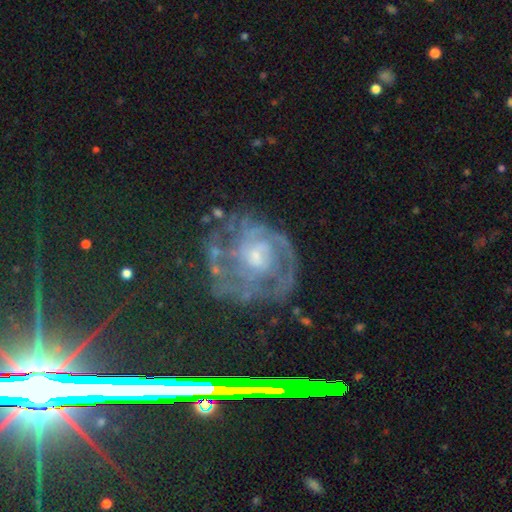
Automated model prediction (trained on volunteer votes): Smooth or featured?
  - featured or disk: 75% *
  - star or artifact: 13%
  - smooth: 12%
Edge-on disk?
  - no: 97% *
  - yes: 3%
Bar?
  - no: 66% *
  - weak: 28%
  - strong: 6%
Spiral arms?
  - yes: 83% *
  - no: 17%
Spiral winding?
  - tight: 54% *
  - medium: 34%
  - loose: 12%
Spiral arm count?
  - can't tell: 45% *
  - 2: 22%
  - 3: 13%
  - 1: 8%
  - 4: 6%
  - more than 4: 6%
Bulge size?
  - small: 47% *
  - moderate: 37%
  - none: 9%
  - large: 5%
  - dominant: 2%
Merging?
  - none: 62% *
  - minor disturbance: 20%
  - major disturbance: 16%
  - merger: 3%